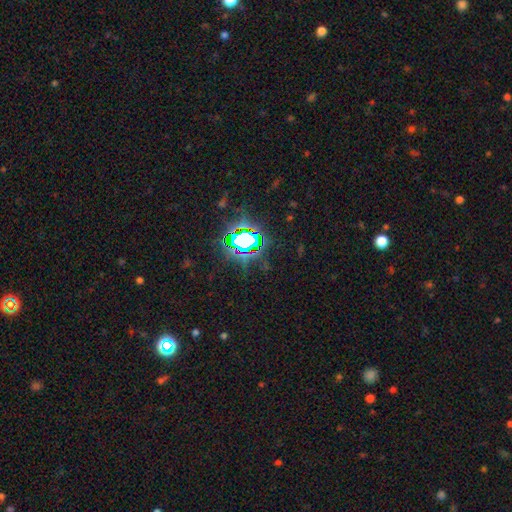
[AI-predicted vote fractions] Smooth or featured: star or artifact — 82% (smooth — 11%)